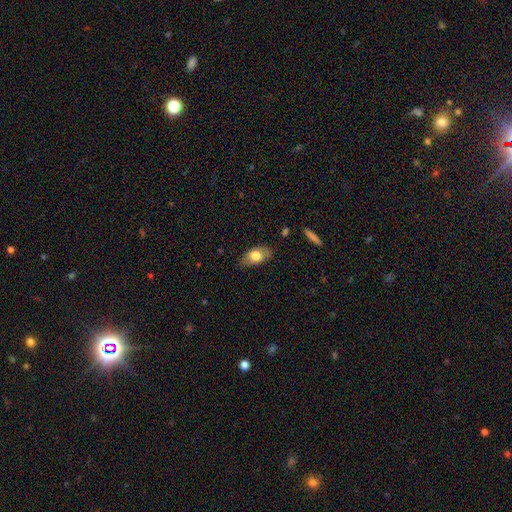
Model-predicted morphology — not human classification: smooth-or-featured: smooth: 71% | featured or disk: 23% | star or artifact: 7%
  how-rounded: in between: 90% | round: 7% | cigar-shaped: 3%
  merging: none: 78% | minor disturbance: 17% | major disturbance: 4% | merger: 1%